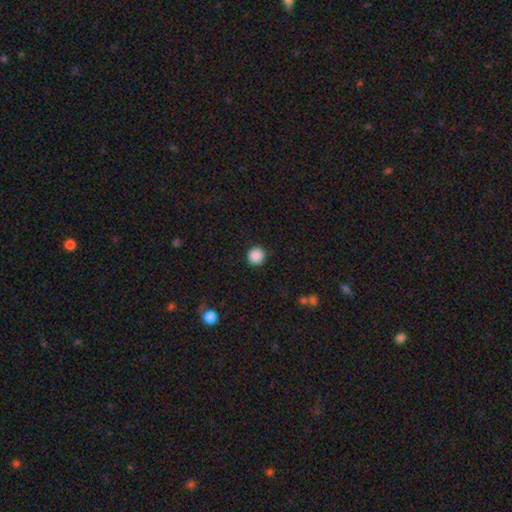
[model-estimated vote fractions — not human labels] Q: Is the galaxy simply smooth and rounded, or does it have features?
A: smooth — 88%.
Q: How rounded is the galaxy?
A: round — 95%.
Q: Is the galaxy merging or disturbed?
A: none — 92%.